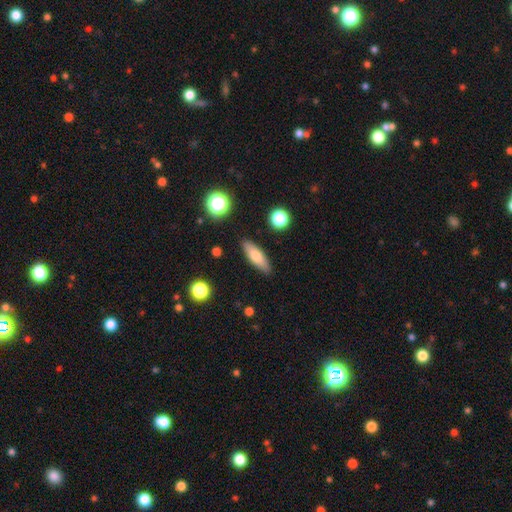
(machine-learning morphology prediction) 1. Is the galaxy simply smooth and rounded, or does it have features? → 71% smooth, 21% featured or disk, 8% star or artifact.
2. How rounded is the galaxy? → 51% in between, 46% cigar-shaped, 3% round.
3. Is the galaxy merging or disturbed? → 87% none, 9% minor disturbance, 2% major disturbance, 2% merger.